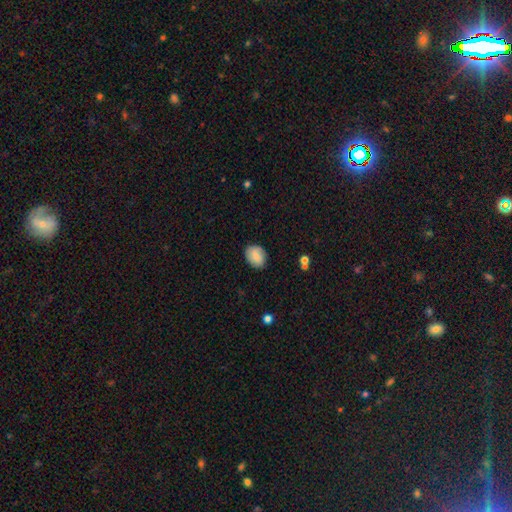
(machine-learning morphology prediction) type=smooth (79%); roundness=in between (67%); merging=none (81%).